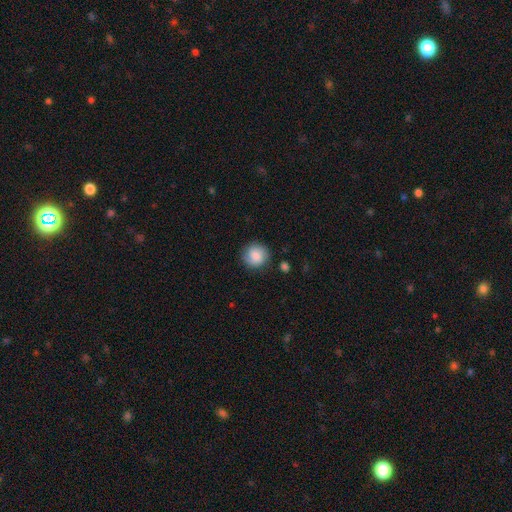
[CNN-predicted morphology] Overall: smooth (84%). How rounded: round (92%). Merging: none (84%).